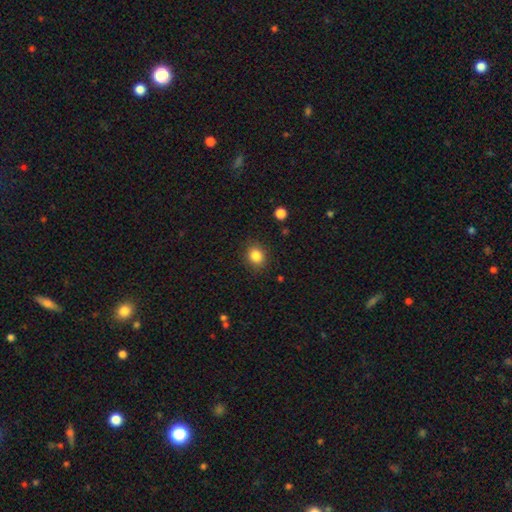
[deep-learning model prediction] Morphology: type=smooth (84%); roundness=round (68%); merging=none (87%).